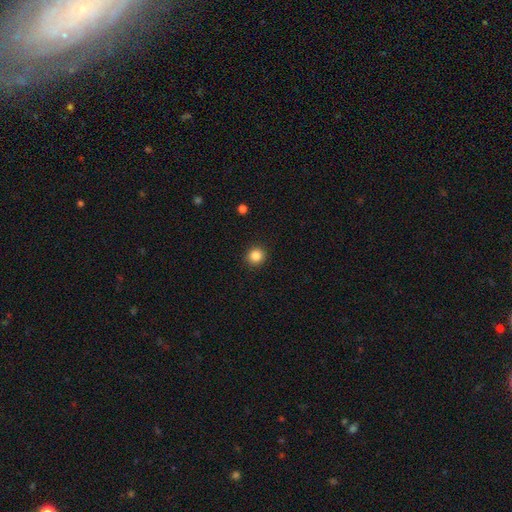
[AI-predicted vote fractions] Overall: smooth (86%). How rounded: round (91%). Merging: none (92%).